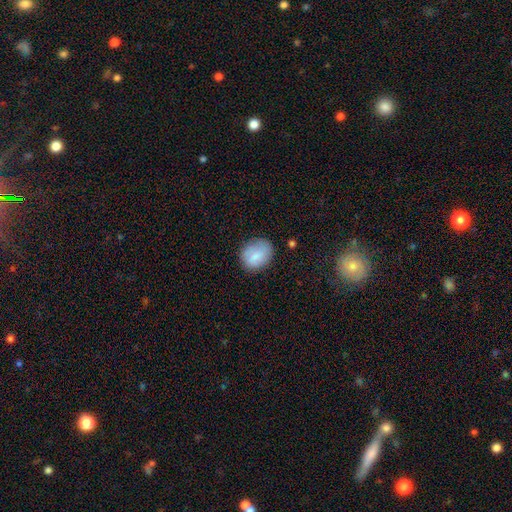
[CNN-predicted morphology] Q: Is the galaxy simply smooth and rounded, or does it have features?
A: smooth — 82%.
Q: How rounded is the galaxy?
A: in between — 56%.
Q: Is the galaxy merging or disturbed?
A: none — 73%.